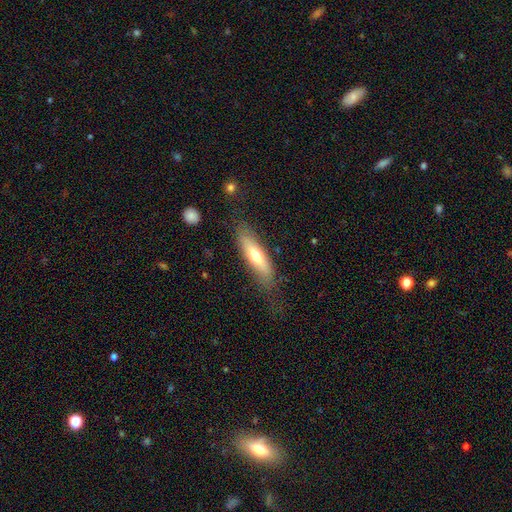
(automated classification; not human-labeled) A smooth galaxy with no disk features (60%) that is cigar-shaped (61%).

Vote fractions:
- Smooth or featured? smooth: 60% / featured or disk: 34% / star or artifact: 6%
- How rounded? cigar-shaped: 61% / in between: 36% / round: 2%
- Merging? none: 73% / minor disturbance: 17% / major disturbance: 8% / merger: 2%